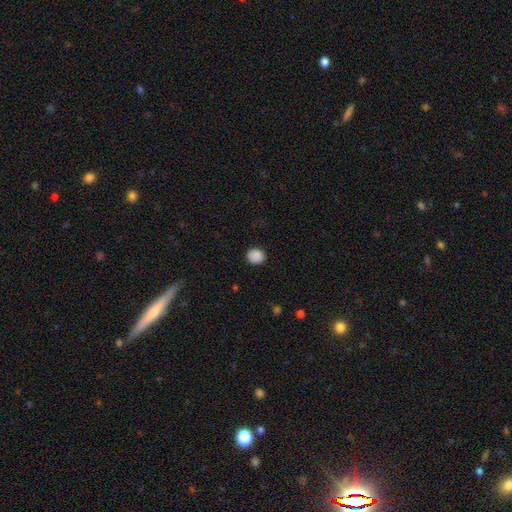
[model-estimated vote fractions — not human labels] smooth 88%, star or artifact 9%, featured or disk 3%. Down the decision tree: how rounded — round (79%); merging — none (87%).